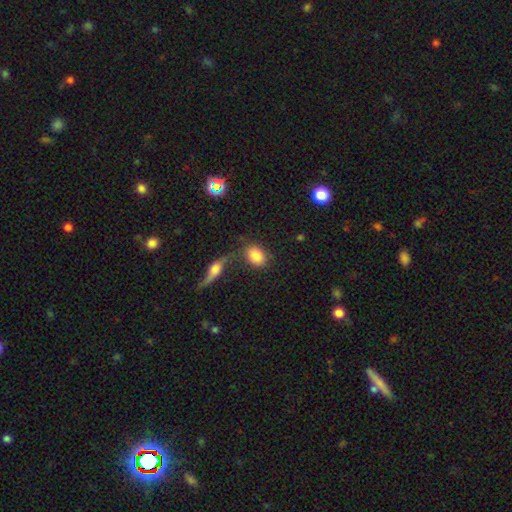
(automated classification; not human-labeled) smooth-or-featured: smooth: 81% | featured or disk: 12% | star or artifact: 8%
  how-rounded: in between: 64% | round: 33% | cigar-shaped: 3%
  merging: none: 63% | merger: 18% | minor disturbance: 13% | major disturbance: 7%